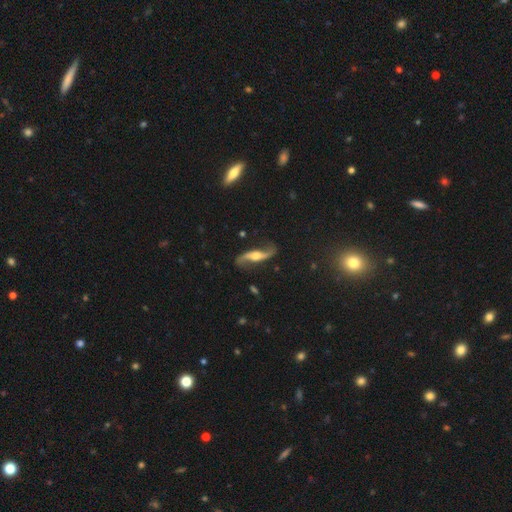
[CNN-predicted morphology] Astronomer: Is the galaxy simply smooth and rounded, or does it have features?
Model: featured or disk — 87%.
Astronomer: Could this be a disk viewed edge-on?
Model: no — 83%.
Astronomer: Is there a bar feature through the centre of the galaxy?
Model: no — 46% (runner-up: weak, 29%).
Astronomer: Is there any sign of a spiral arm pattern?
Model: yes — 96%.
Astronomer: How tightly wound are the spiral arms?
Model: loose — 88%.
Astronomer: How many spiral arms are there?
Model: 2 — 94%.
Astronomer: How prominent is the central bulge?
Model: moderate — 62%.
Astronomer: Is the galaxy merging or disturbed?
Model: none — 80%.